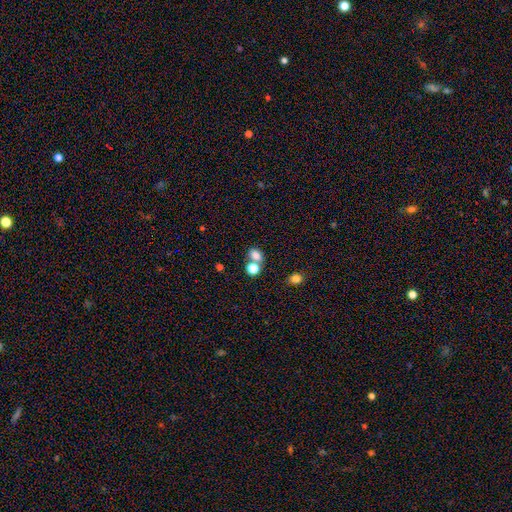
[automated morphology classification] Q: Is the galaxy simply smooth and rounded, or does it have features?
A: smooth — 79%.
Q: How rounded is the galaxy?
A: in between — 57%.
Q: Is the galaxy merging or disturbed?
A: none — 49%.